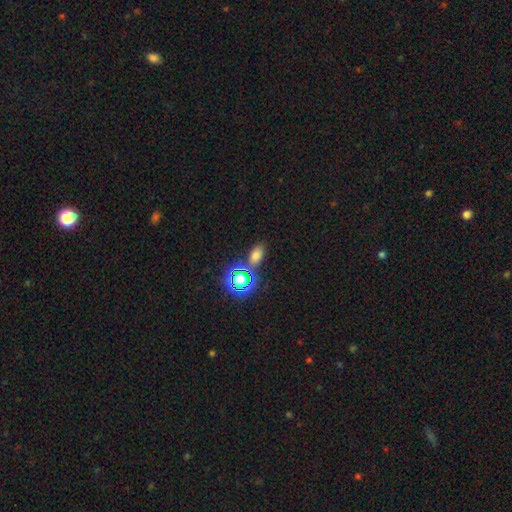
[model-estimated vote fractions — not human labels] smooth 66%, star or artifact 26%, featured or disk 7%. Down the decision tree: how rounded — in between (83%); merging — none (77%).